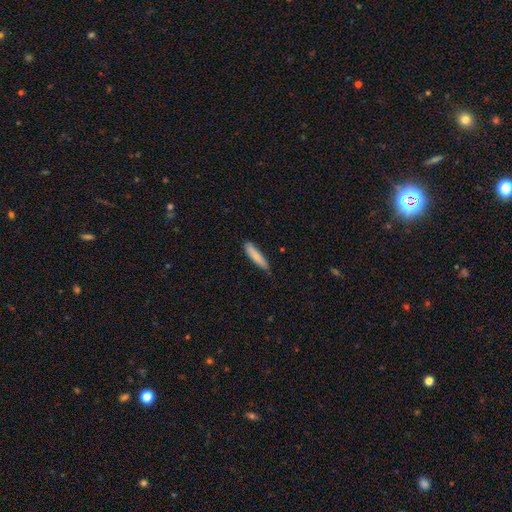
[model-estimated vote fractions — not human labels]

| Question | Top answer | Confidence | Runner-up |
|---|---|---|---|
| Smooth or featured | smooth | 82% | featured or disk (13%) |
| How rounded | cigar-shaped | 80% | in between (19%) |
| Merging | none | 76% | minor disturbance (20%) |